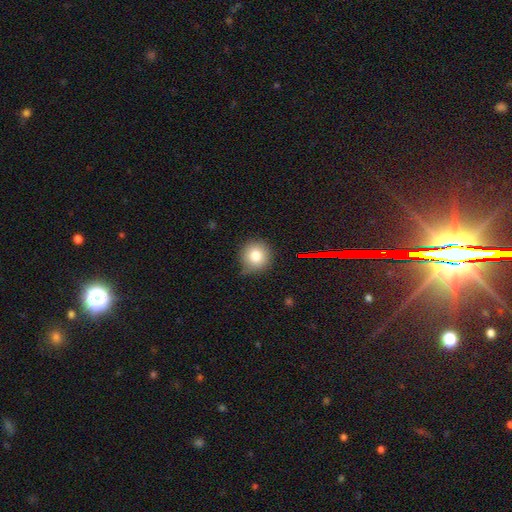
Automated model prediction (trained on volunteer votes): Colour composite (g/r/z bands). It shows a smooth galaxy with no disk features (79%) that is round (93%). Merging: none (76%).